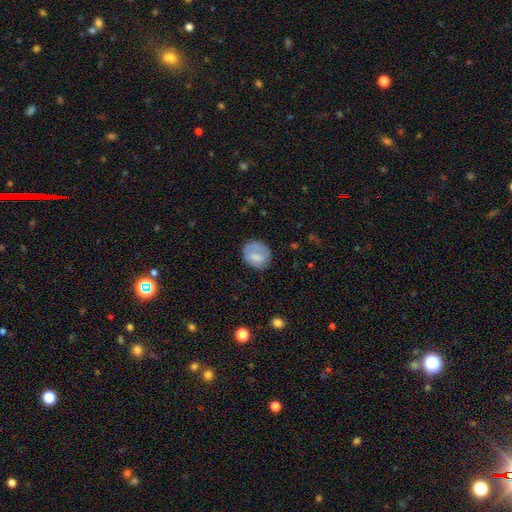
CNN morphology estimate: type=smooth (68%); roundness=round (71%); merging=none (66%).